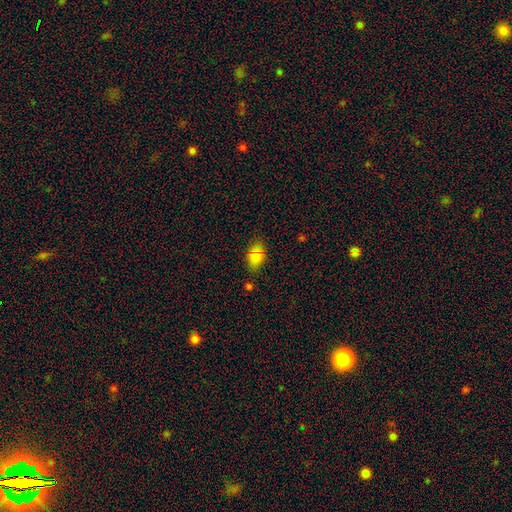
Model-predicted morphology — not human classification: type=smooth (83%); roundness=in between (89%); merging=none (78%).